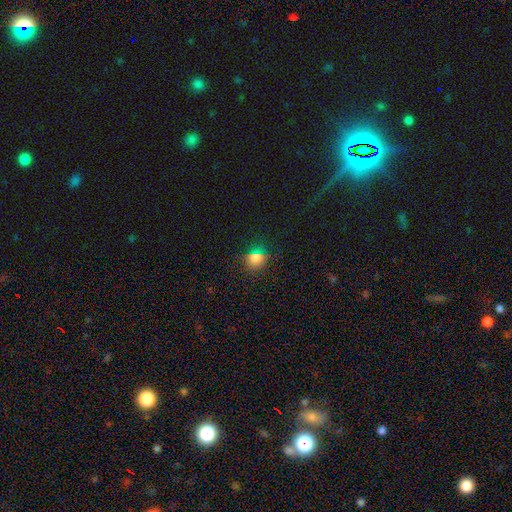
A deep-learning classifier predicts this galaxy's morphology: This appears to be a smooth galaxy with no disk features (74%) that is round (82%). Merging: none (85%).